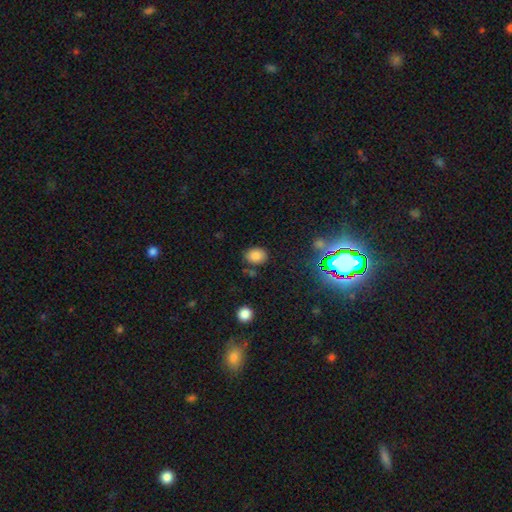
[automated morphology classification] Q: Smooth or featured?
A: smooth (80%); runner-up: star or artifact (13%)
Q: How rounded?
A: in between (65%); runner-up: round (34%)
Q: Merging?
A: none (80%); runner-up: minor disturbance (13%)